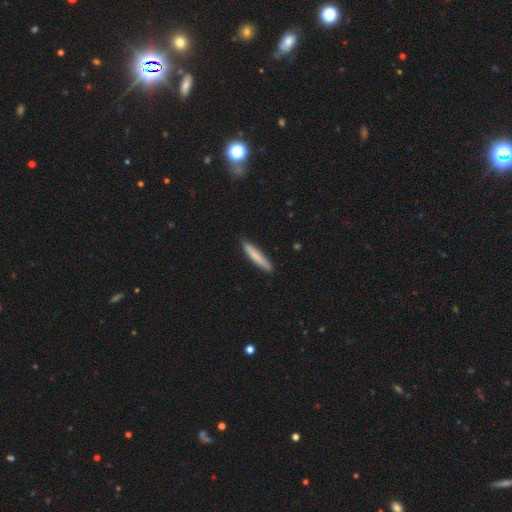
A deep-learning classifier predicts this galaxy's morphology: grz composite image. It shows a smooth galaxy with no disk features (79%) that is cigar-shaped (93%). Merging: none (89%).